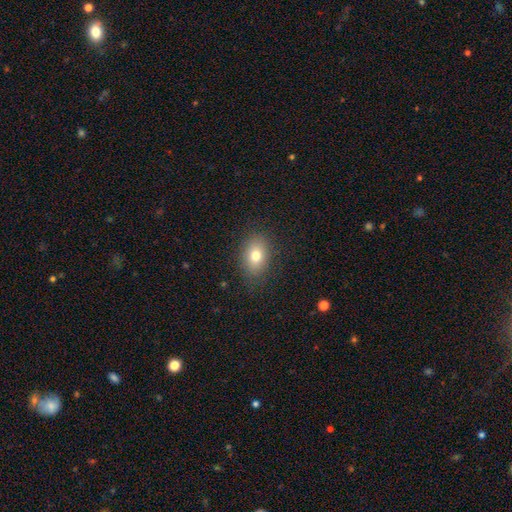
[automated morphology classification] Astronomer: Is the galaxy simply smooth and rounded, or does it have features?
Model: smooth — 77%.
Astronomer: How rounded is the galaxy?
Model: in between — 76%.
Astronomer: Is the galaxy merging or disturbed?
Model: none — 85%.